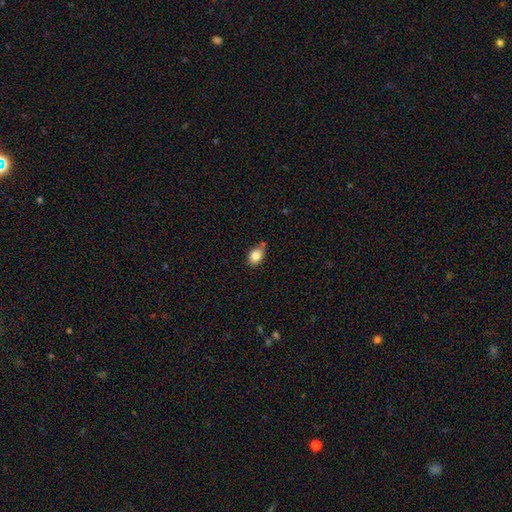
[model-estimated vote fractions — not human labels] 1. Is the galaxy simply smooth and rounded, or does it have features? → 84% smooth, 9% star or artifact, 7% featured or disk.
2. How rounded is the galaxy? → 75% in between, 24% round, 2% cigar-shaped.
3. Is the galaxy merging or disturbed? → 60% none, 26% minor disturbance, 9% merger, 5% major disturbance.